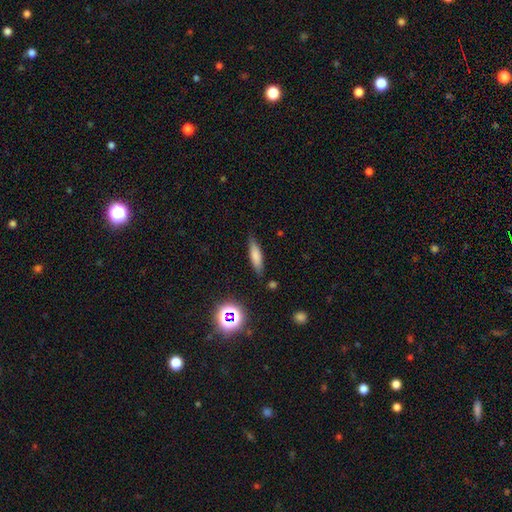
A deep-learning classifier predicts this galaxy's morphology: type=smooth (73%); roundness=cigar-shaped (66%); merging=none (82%).